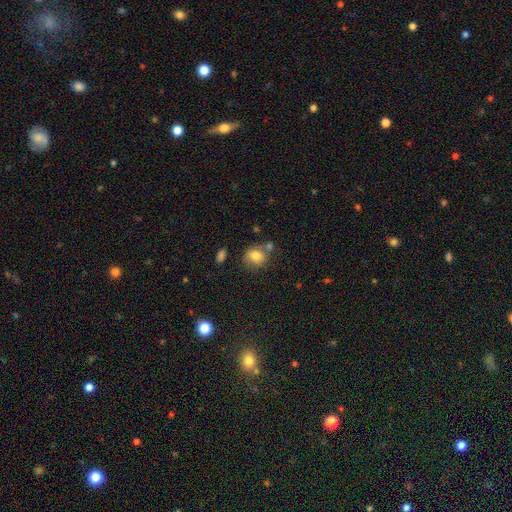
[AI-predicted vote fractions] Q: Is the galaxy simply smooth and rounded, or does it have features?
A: smooth — 78%.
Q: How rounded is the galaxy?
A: round — 68%.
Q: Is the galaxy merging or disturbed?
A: none — 60%.